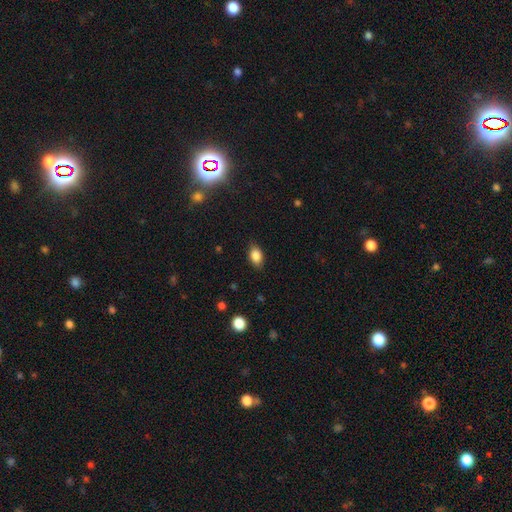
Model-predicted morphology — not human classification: Overall: smooth (85%). How rounded: in between (86%). Merging: none (84%).